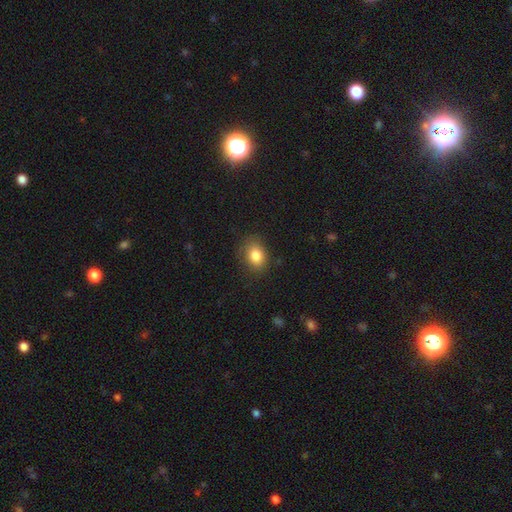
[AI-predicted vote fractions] Smooth or featured? smooth (84%)
How rounded? in between (56%)
Merging? none (78%)